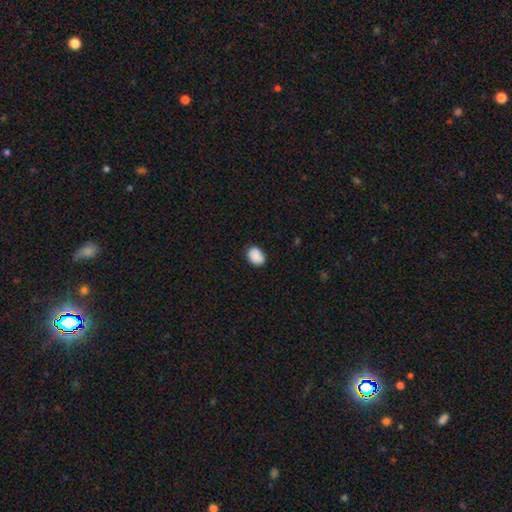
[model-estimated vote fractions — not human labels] Smooth or featured? Predicted: smooth (p=0.89). How rounded? Predicted: in between (p=0.68). Merging? Predicted: none (p=0.84).